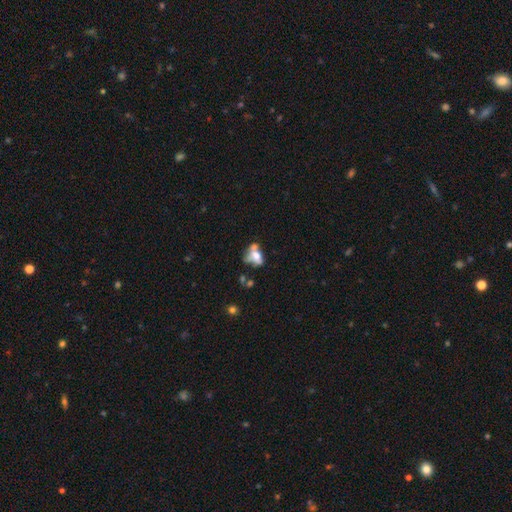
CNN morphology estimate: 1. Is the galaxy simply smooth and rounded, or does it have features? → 54% smooth, 34% featured or disk, 12% star or artifact.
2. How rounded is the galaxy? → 75% in between, 21% round, 4% cigar-shaped.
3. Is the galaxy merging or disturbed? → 46% merger, 23% none, 16% major disturbance, 14% minor disturbance.